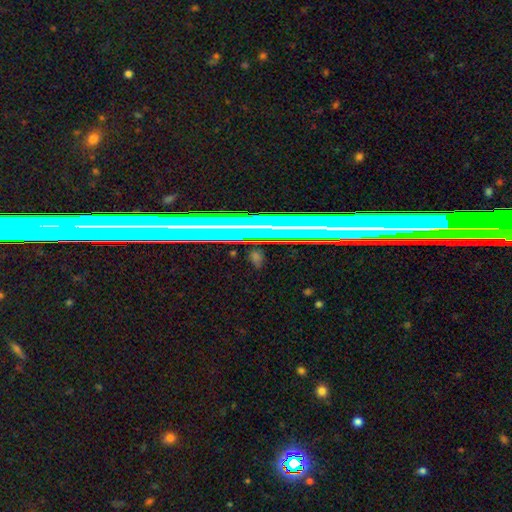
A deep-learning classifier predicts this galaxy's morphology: type=star or artifact (45%).